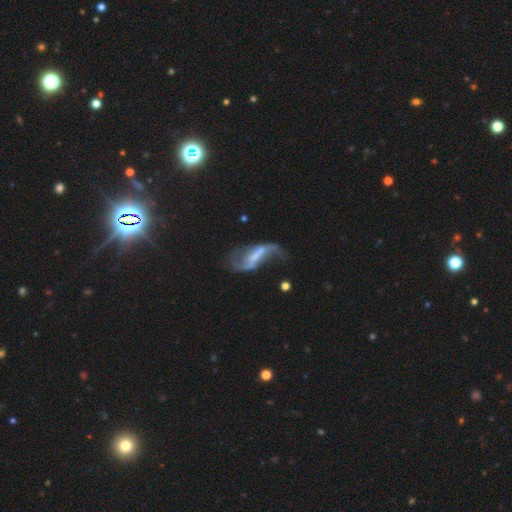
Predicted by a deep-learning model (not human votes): Smooth or featured? featured or disk (78%)
Edge-on disk? no (94%)
Bar? strong (46%)
Spiral arms? yes (83%)
Spiral winding? loose (85%)
Spiral arm count? 2 (83%)
Bulge size? none (42%)
Merging? none (40%)